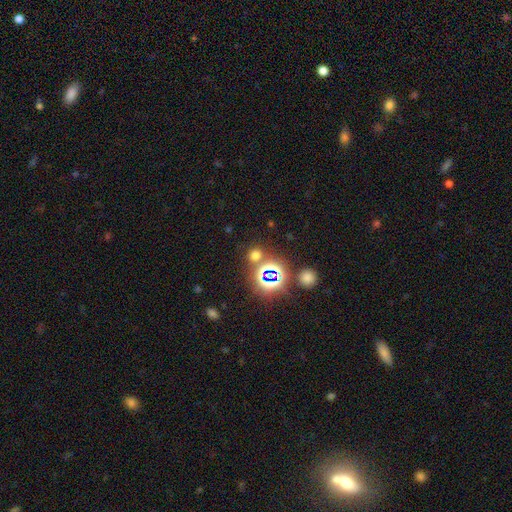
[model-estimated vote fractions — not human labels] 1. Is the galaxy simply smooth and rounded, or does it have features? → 50% smooth, 43% star or artifact, 7% featured or disk.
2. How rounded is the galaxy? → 81% round, 17% in between, 1% cigar-shaped.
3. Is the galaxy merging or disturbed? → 75% none, 12% merger, 8% minor disturbance, 4% major disturbance.